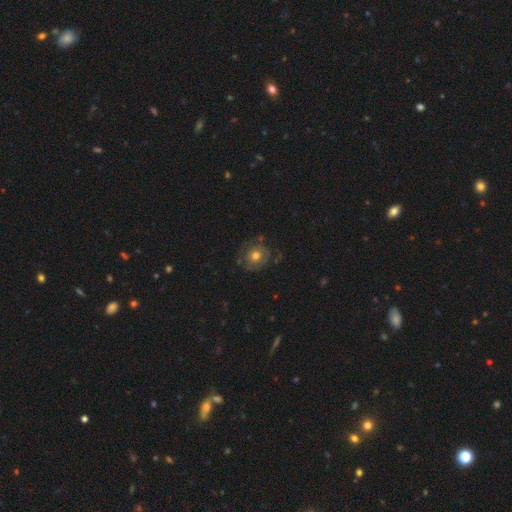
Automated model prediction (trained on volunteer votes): This is possibly a smooth galaxy (49%). Merging: likely none (69%).